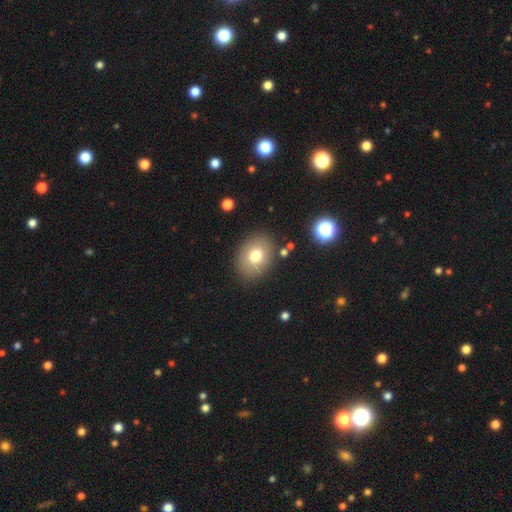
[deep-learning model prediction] Overall: smooth (75%). How rounded: in between (56%; round 43%). Merging: none (85%).